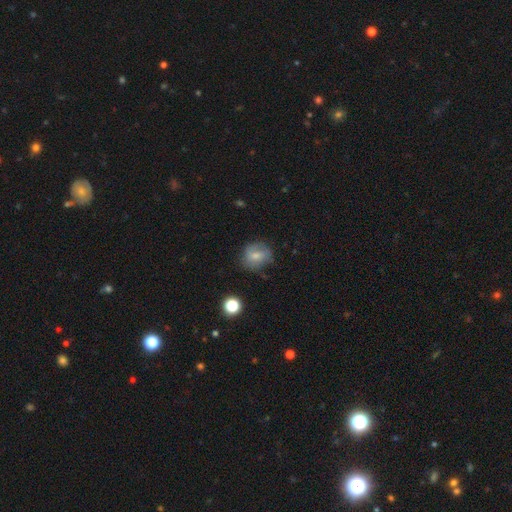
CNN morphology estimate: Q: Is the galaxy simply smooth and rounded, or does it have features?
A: smooth — 67%.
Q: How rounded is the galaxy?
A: round — 71%.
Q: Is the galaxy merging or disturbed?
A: none — 67%.